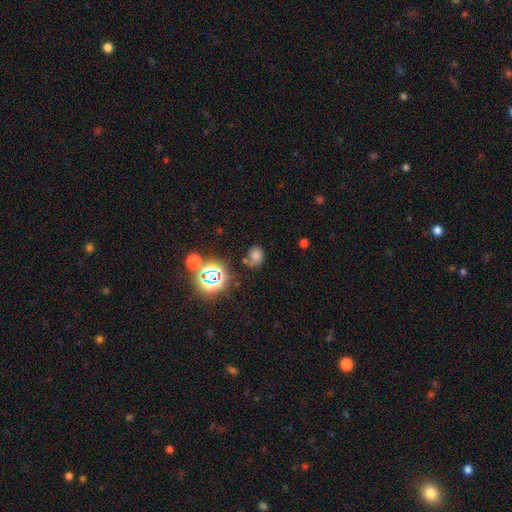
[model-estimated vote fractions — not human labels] A smooth galaxy with no disk features (61%) that is round (52%).

Vote fractions:
- Smooth or featured? smooth: 61% / star or artifact: 27% / featured or disk: 12%
- How rounded? round: 52% / in between: 47% / cigar-shaped: 1%
- Merging? none: 58% / minor disturbance: 23% / major disturbance: 10% / merger: 9%